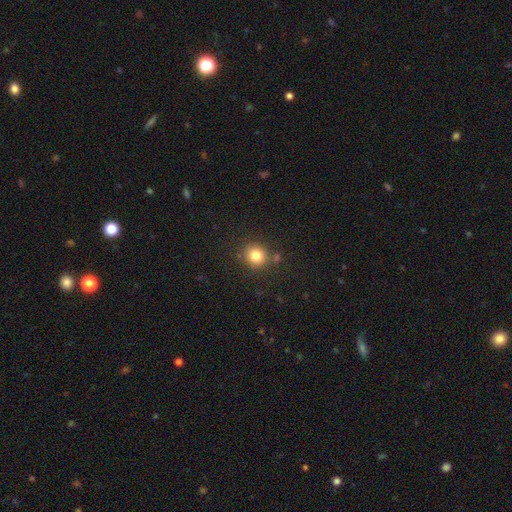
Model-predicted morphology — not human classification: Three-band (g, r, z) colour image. It shows a smooth galaxy with no disk features (81%) that is round (89%). Merging: none (82%).